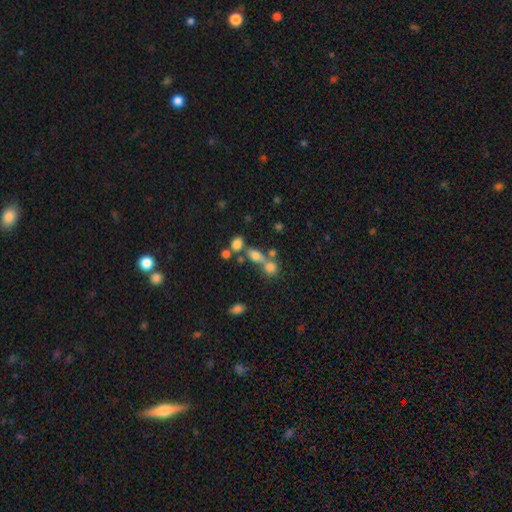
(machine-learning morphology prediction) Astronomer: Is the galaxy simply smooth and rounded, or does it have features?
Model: smooth — 69%.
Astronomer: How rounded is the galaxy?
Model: in between — 60% (runner-up: round, 35%).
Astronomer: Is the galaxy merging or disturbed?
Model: none — 42% (runner-up: merger, 41%).